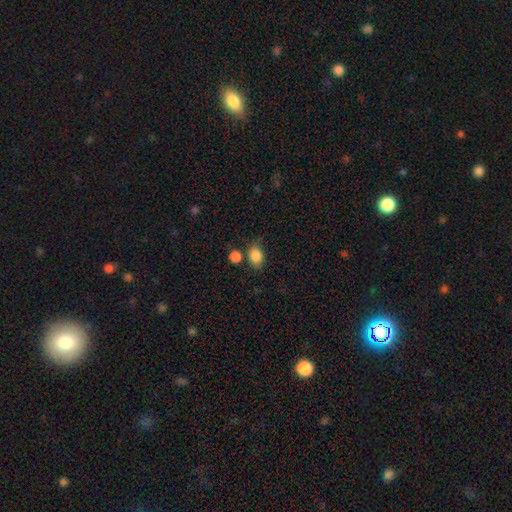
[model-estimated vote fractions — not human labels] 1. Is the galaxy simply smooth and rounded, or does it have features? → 86% smooth, 9% star or artifact, 5% featured or disk.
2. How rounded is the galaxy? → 68% in between, 30% round, 1% cigar-shaped.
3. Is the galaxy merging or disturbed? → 65% none, 17% minor disturbance, 13% merger, 5% major disturbance.